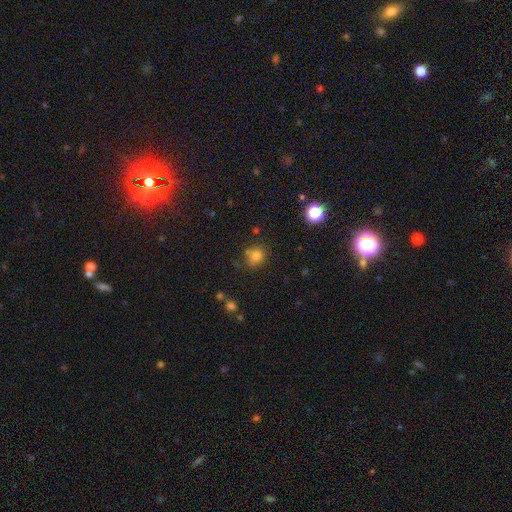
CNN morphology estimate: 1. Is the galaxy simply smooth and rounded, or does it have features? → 78% smooth, 14% star or artifact, 8% featured or disk.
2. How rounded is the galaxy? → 76% round, 24% in between, 1% cigar-shaped.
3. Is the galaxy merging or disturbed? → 69% none, 18% minor disturbance, 8% merger, 6% major disturbance.